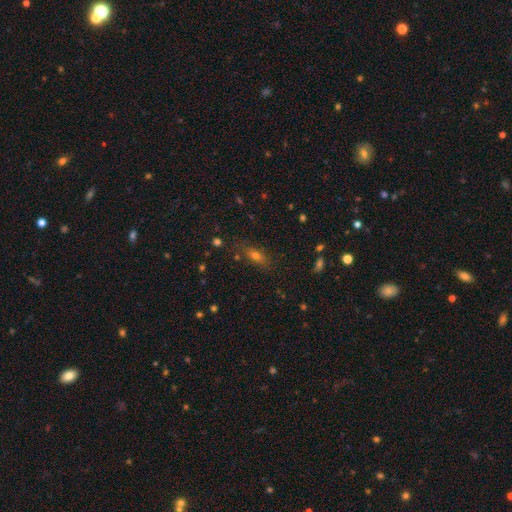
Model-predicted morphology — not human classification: This appears to be a smooth galaxy with no disk features (62%) that is in between round and cigar-shaped (63%). Merging: none (78%).